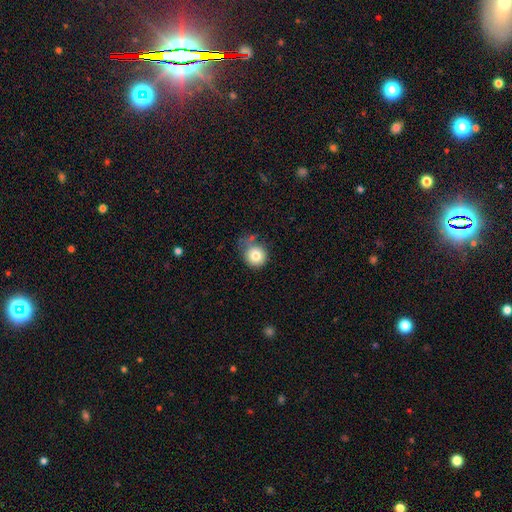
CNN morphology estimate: Smooth or featured: smooth — 80% (featured or disk — 10%)
How rounded: round — 85% (in between — 14%)
Merging: none — 51% (minor disturbance — 28%)